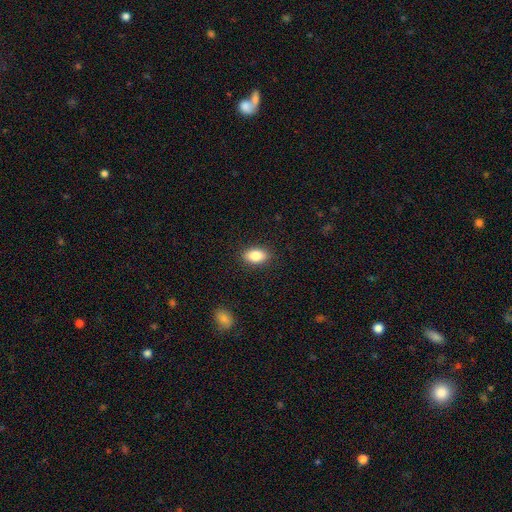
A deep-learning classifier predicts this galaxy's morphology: Smooth or featured?
  - smooth: 86% *
  - star or artifact: 8%
  - featured or disk: 7%
How rounded?
  - in between: 90% *
  - round: 8%
  - cigar-shaped: 2%
Merging?
  - none: 89% *
  - minor disturbance: 8%
  - major disturbance: 2%
  - merger: 1%